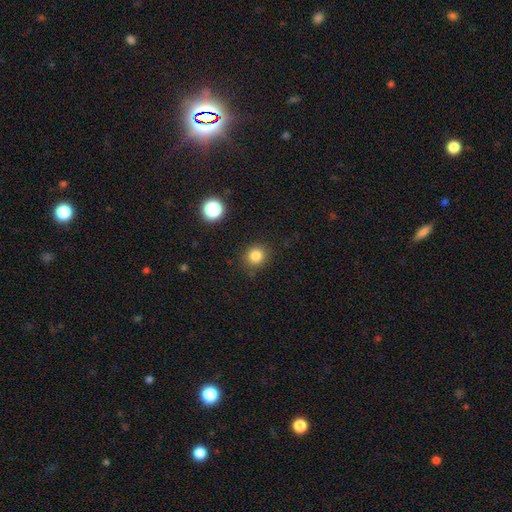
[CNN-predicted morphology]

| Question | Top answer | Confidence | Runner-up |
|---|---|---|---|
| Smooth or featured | smooth | 82% | star or artifact (13%) |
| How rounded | round | 89% | in between (11%) |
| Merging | none | 87% | minor disturbance (8%) |